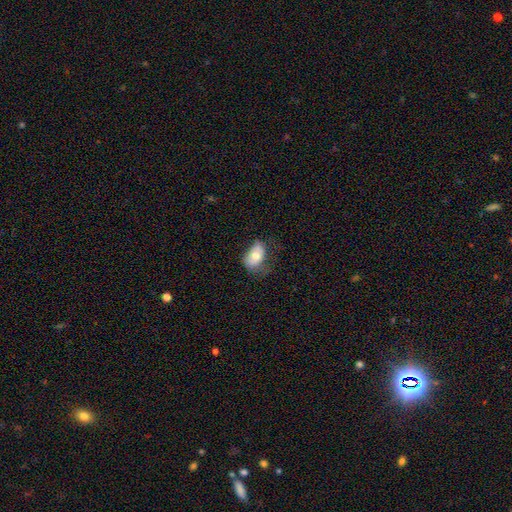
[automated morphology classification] smooth_or_featured: smooth (p=0.68) [alt: featured or disk p=0.25]
how_rounded: in between (p=0.86) [alt: round p=0.12]
merging: none (p=0.40) [alt: minor disturbance p=0.36]